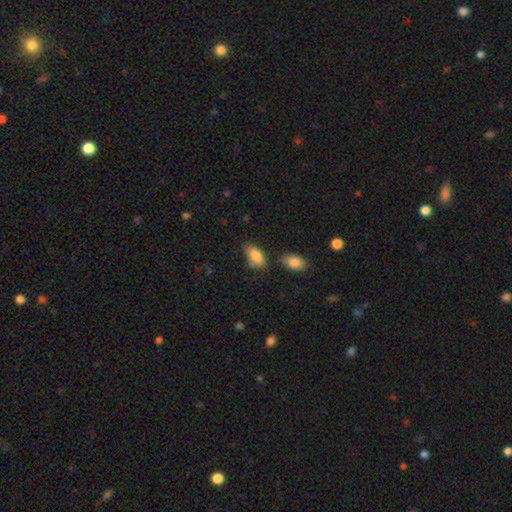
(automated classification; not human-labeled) The model was most divided on "merging": none: 58%, minor disturbance: 27%, merger: 8%, major disturbance: 6%. More confident: how rounded — in between (92%); smooth or featured — smooth (85%).